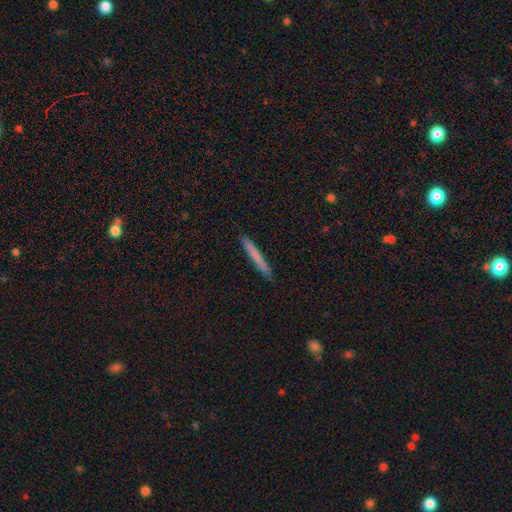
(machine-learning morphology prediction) Smooth or featured? Predicted: smooth (p=0.73). How rounded? Predicted: cigar-shaped (p=0.97). Merging? Predicted: none (p=0.92).